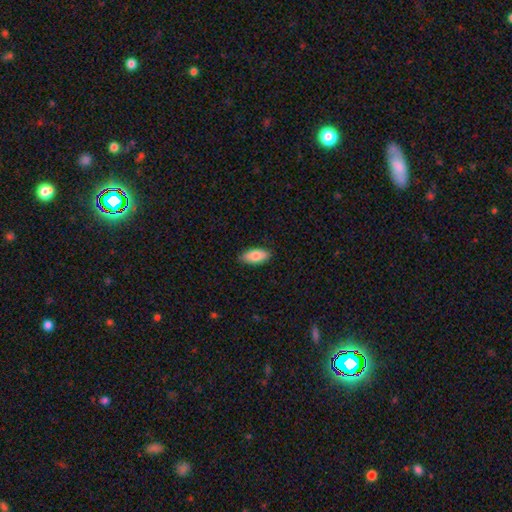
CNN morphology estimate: A smooth galaxy with no disk features (83%) that is in between round and cigar-shaped (89%). Merging: none (87%).